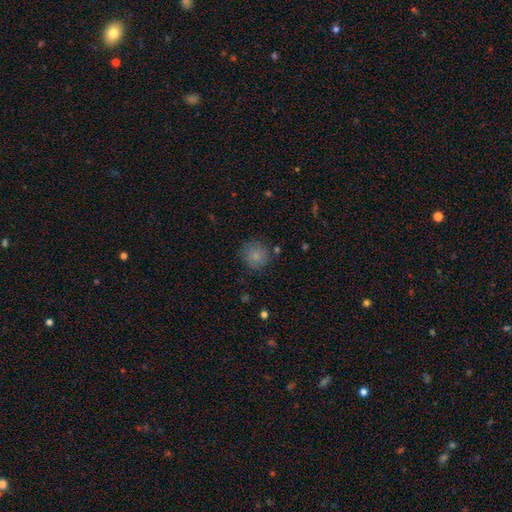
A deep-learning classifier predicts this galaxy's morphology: smooth_or_featured: smooth (p=0.82) [alt: star or artifact p=0.09]
how_rounded: round (p=0.91) [alt: in between p=0.08]
merging: none (p=0.77) [alt: minor disturbance p=0.16]